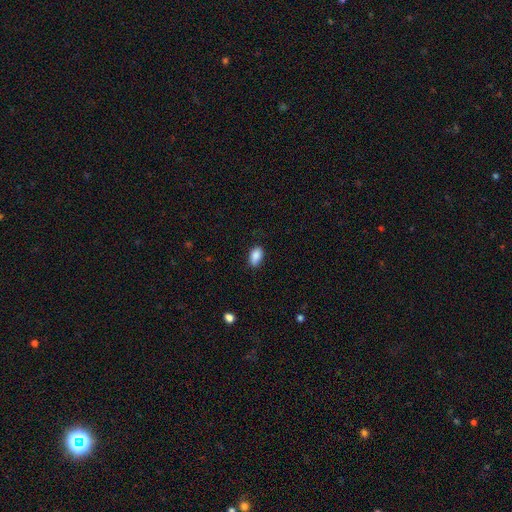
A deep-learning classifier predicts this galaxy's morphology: This is clearly a smooth galaxy (88%). How rounded: clearly in between (92%). Merging: likely none (77%).